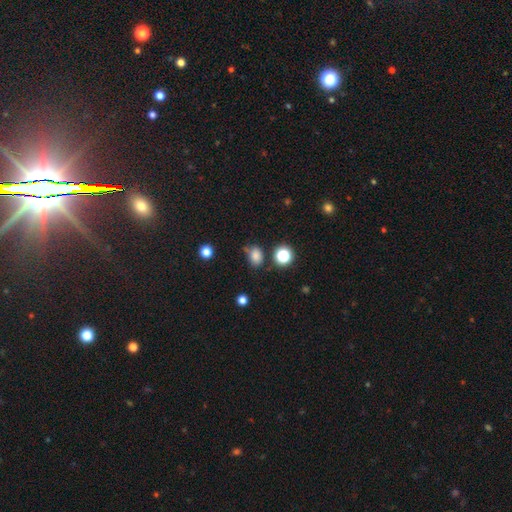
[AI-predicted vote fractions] smooth 80%, star or artifact 15%, featured or disk 5%. Down the decision tree: how rounded — in between (65%); merging — none (61%).